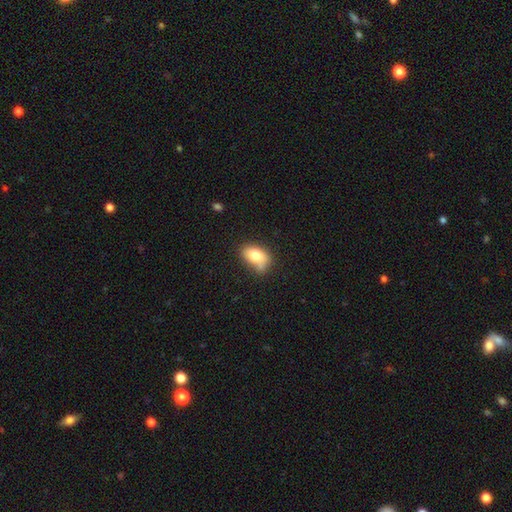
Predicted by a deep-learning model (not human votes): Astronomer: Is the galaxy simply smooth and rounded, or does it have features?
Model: smooth — 79%.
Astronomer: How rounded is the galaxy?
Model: in between — 87%.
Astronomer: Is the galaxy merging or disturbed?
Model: none — 50% (runner-up: minor disturbance, 28%).